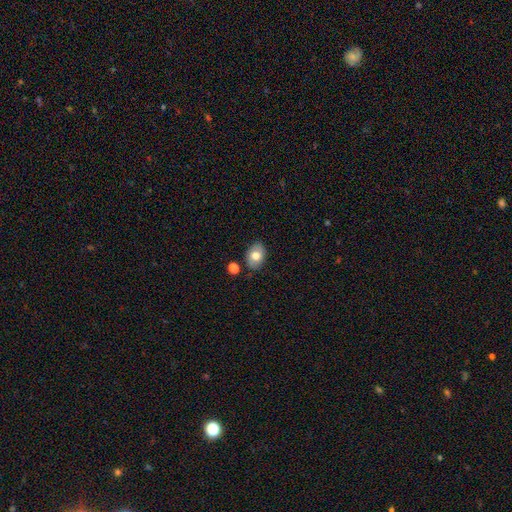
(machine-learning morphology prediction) smooth_or_featured: smooth (p=0.75) [alt: featured or disk p=0.17]
how_rounded: in between (p=0.77) [alt: round p=0.21]
merging: none (p=0.80) [alt: minor disturbance p=0.13]